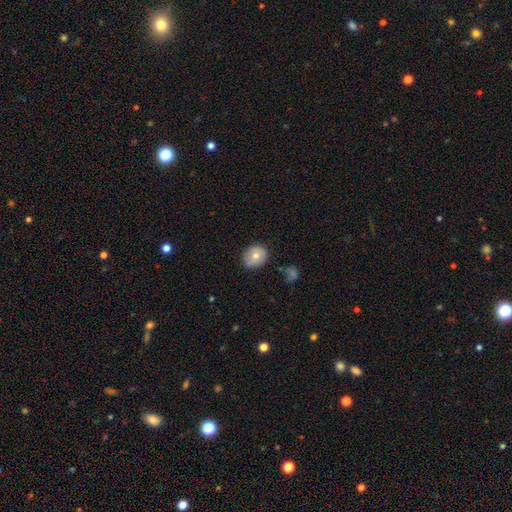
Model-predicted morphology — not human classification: Q: Smooth or featured?
A: smooth (69%); runner-up: featured or disk (23%)
Q: How rounded?
A: round (56%); runner-up: in between (44%)
Q: Merging?
A: none (75%); runner-up: minor disturbance (19%)